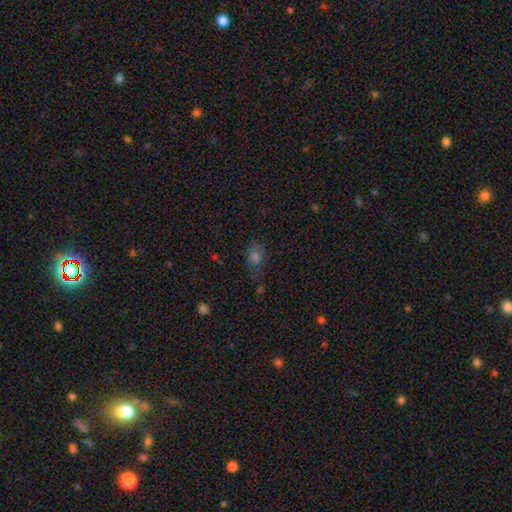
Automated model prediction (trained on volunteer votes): smooth 59%, star or artifact 28%, featured or disk 13%. Down the decision tree: how rounded — in between (72%); merging — none (57%).